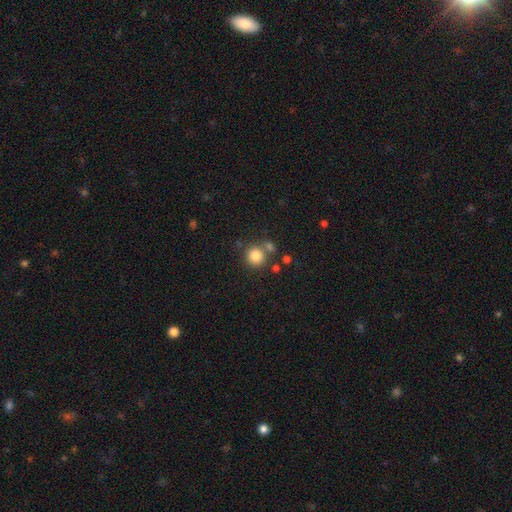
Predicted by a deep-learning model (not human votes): This appears to be a smooth galaxy with no disk features (83%) that is round (91%). Merging: none (71%).